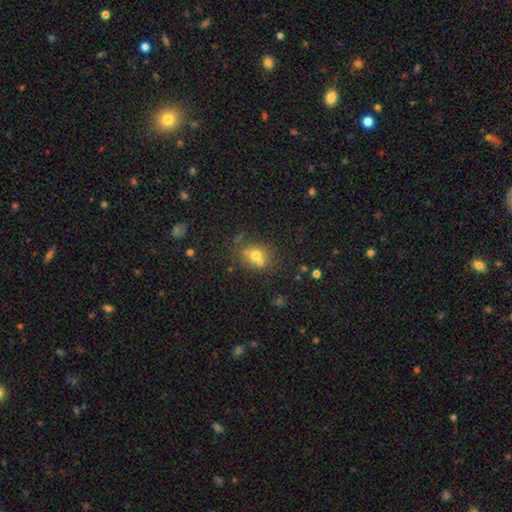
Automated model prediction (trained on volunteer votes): Smooth or featured?
  - smooth: 65% *
  - featured or disk: 19%
  - star or artifact: 16%
How rounded?
  - round: 72% *
  - in between: 27%
  - cigar-shaped: 1%
Merging?
  - none: 52% *
  - merger: 32%
  - minor disturbance: 12%
  - major disturbance: 5%